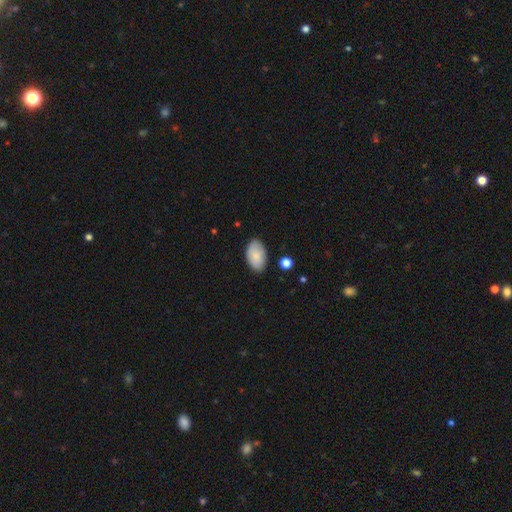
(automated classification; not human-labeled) Smooth or featured: smooth — 82% (featured or disk — 11%)
How rounded: in between — 93% (round — 6%)
Merging: none — 81% (minor disturbance — 15%)